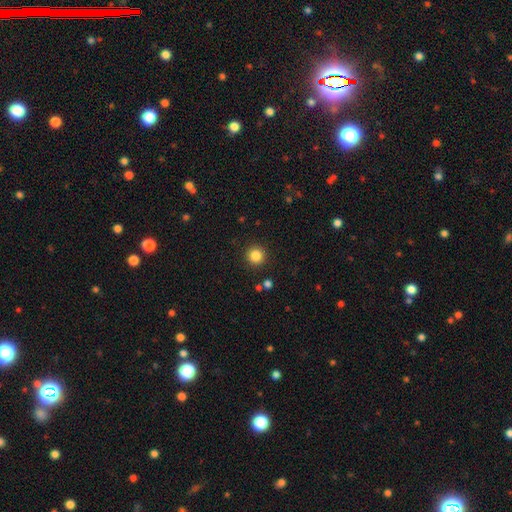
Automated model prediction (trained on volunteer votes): Smooth or featured? Predicted: smooth (p=0.84). How rounded? Predicted: round (p=0.96). Merging? Predicted: none (p=0.91).